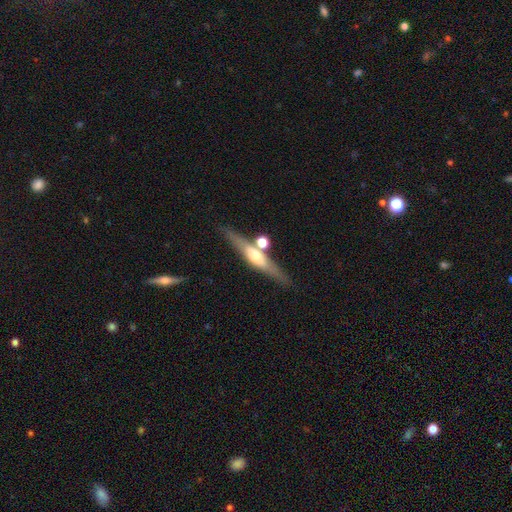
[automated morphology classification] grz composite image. It shows a featured or disk galaxy (63%) viewed edge-on (92%) with a rounded central bulge (88%). Merging: none (69%).